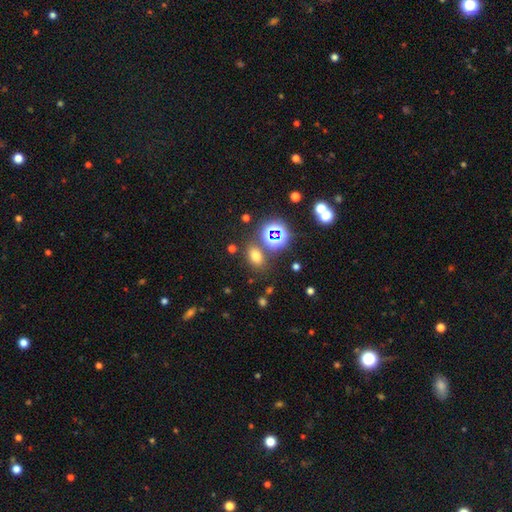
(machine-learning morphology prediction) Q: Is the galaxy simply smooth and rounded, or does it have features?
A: smooth — 63%.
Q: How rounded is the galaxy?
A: in between — 73%.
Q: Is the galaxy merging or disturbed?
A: none — 78%.